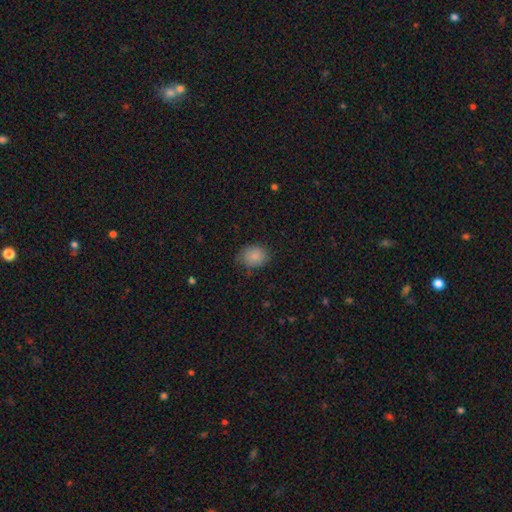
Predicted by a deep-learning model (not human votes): Overall: smooth (87%). How rounded: in between (50%; round 49%). Merging: none (73%).